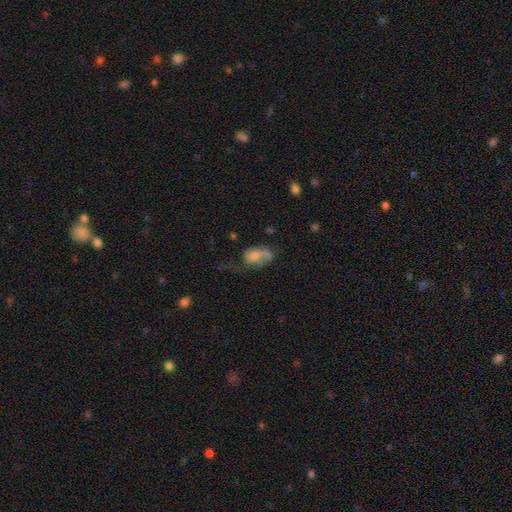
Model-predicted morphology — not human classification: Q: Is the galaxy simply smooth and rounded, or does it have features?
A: smooth — 58%.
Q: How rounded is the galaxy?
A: in between — 83%.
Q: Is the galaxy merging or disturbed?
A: major disturbance — 34%.